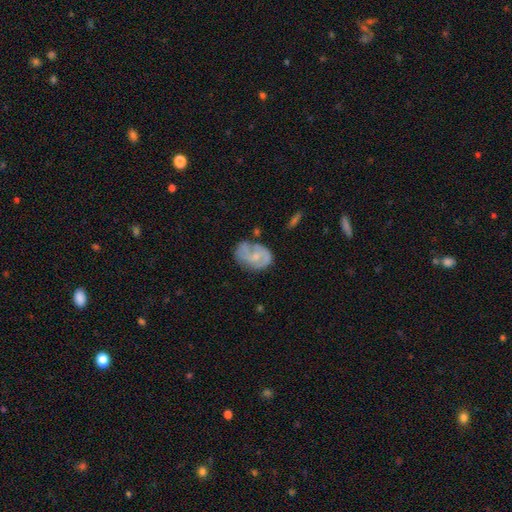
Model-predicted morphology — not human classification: Smooth or featured: featured or disk — 66% (smooth — 27%)
Edge-on disk: no — 97% (yes — 3%)
Bar: no — 60% (weak — 34%)
Spiral arms: yes — 82% (no — 18%)
Spiral winding: medium — 45% (tight — 29%)
Spiral arm count: 2 — 63% (can't tell — 19%)
Bulge size: small — 58% (moderate — 29%)
Merging: none — 58% (minor disturbance — 26%)